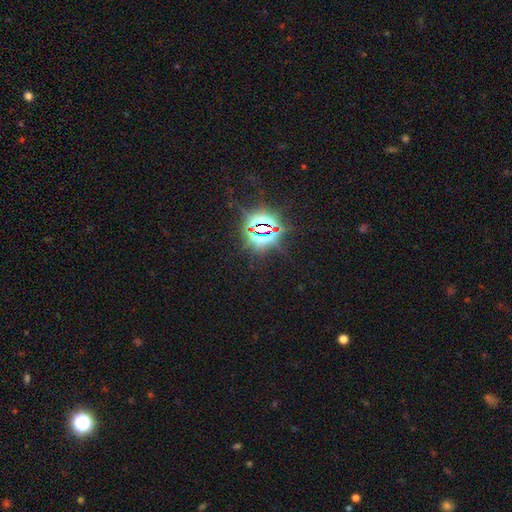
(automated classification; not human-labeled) Q: Smooth or featured?
A: star or artifact (83%); runner-up: smooth (9%)